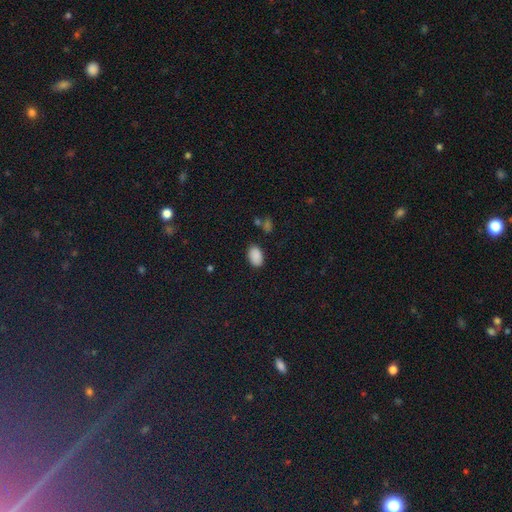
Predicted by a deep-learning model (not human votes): Smooth or featured: smooth — 88% (star or artifact — 8%)
How rounded: in between — 90% (round — 9%)
Merging: none — 85% (minor disturbance — 10%)